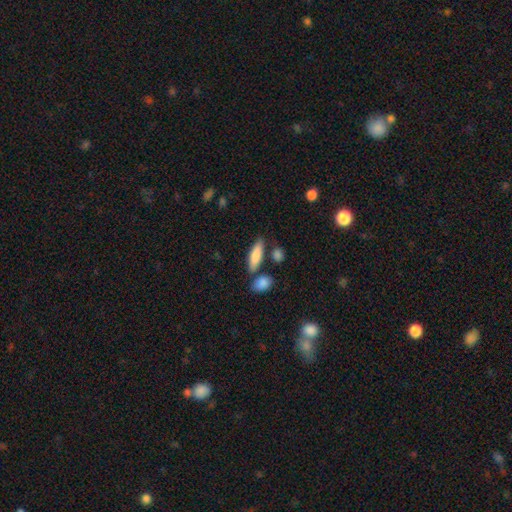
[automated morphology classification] Smooth or featured?
  - smooth: 83% *
  - featured or disk: 11%
  - star or artifact: 6%
How rounded?
  - in between: 50% *
  - cigar-shaped: 47%
  - round: 3%
Merging?
  - none: 71% *
  - minor disturbance: 14%
  - merger: 11%
  - major disturbance: 4%